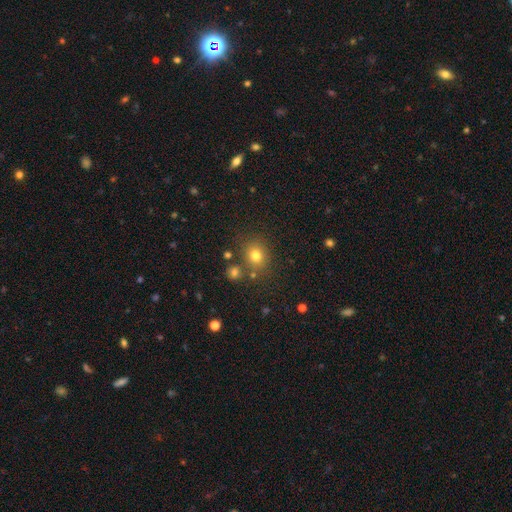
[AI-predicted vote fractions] This appears to be a smooth galaxy with no disk features (77%) that is round (72%). Merging: none (77%).